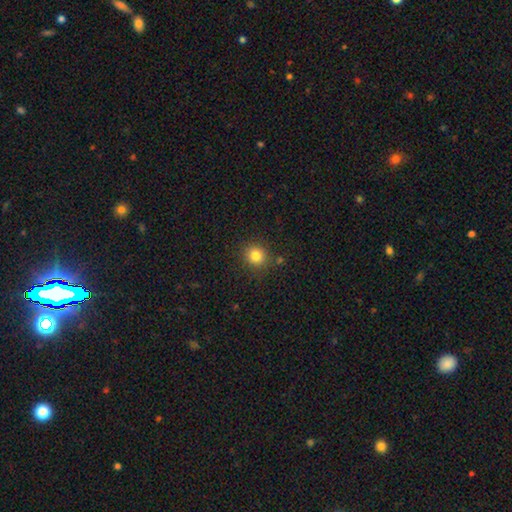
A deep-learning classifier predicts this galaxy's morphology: A smooth galaxy with no disk features (82%) that is round (88%).

Vote fractions:
- Smooth or featured? smooth: 82% / star or artifact: 12% / featured or disk: 6%
- How rounded? round: 88% / in between: 11% / cigar-shaped: 1%
- Merging? none: 86% / minor disturbance: 8% / merger: 3% / major disturbance: 3%